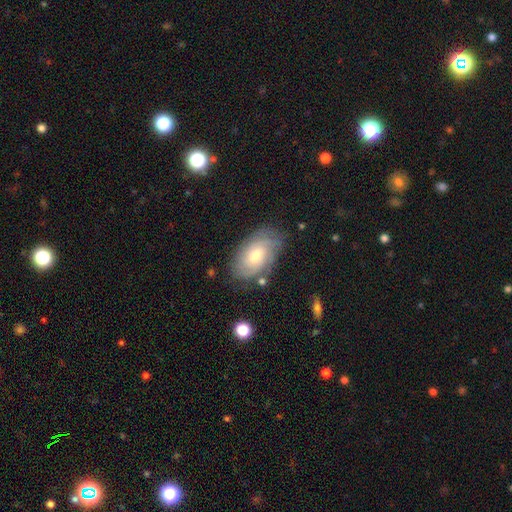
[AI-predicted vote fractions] featured or disk 65%, smooth 27%, star or artifact 8%. Down the decision tree: edge-on disk — no (94%); bar — no (62%); spiral arms — yes (90%); spiral arm count — can't tell (46%); spiral winding — tight (62%); bulge size — moderate (61%); merging — none (75%).